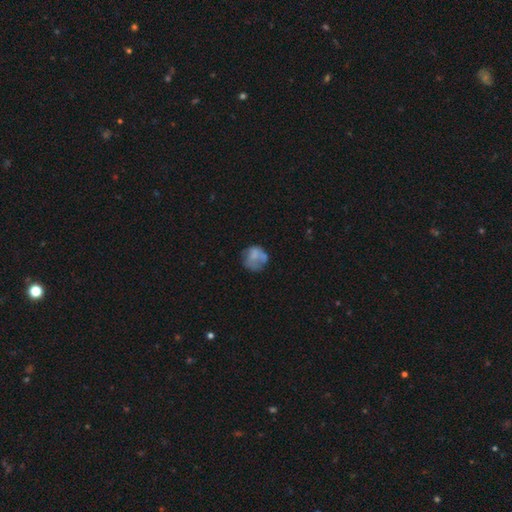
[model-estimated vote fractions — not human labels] Smooth or featured? smooth (62%)
How rounded? round (75%)
Merging? none (48%)